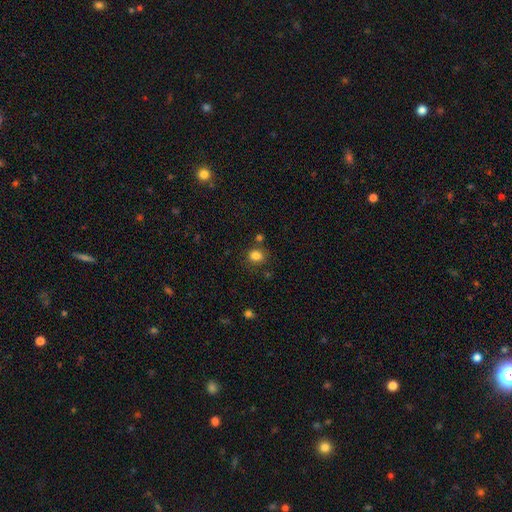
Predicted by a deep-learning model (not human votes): A smooth galaxy with no disk features (82%) that is round (76%).

Vote fractions:
- Smooth or featured? smooth: 82% / star or artifact: 12% / featured or disk: 5%
- How rounded? round: 76% / in between: 23% / cigar-shaped: 1%
- Merging? none: 79% / minor disturbance: 11% / merger: 7% / major disturbance: 3%